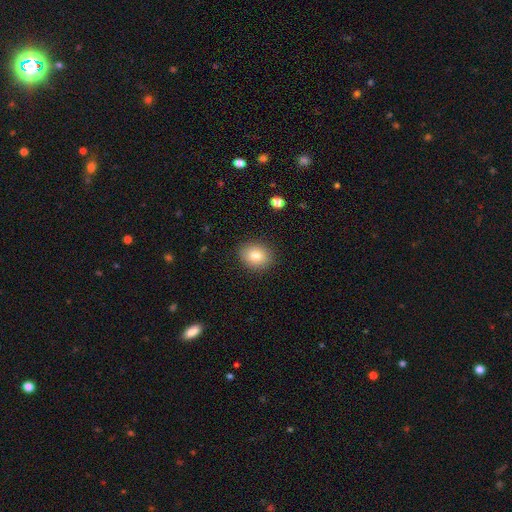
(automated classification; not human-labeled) smooth 80%, featured or disk 10%, star or artifact 10%. Down the decision tree: how rounded — round (53%); merging — none (88%).